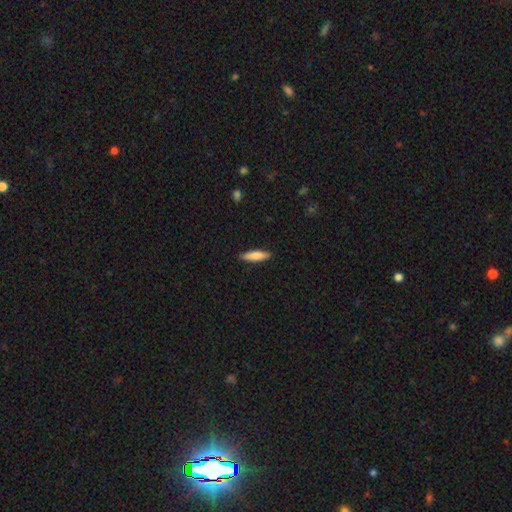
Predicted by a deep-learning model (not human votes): Morphology: type=smooth (77%); roundness=cigar-shaped (70%); merging=none (88%).